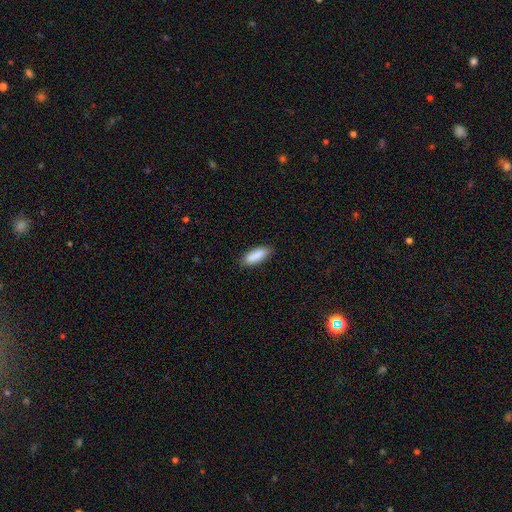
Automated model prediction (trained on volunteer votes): Smooth or featured? Predicted: smooth (p=0.88). How rounded? Predicted: in between (p=0.64). Merging? Predicted: none (p=0.85).